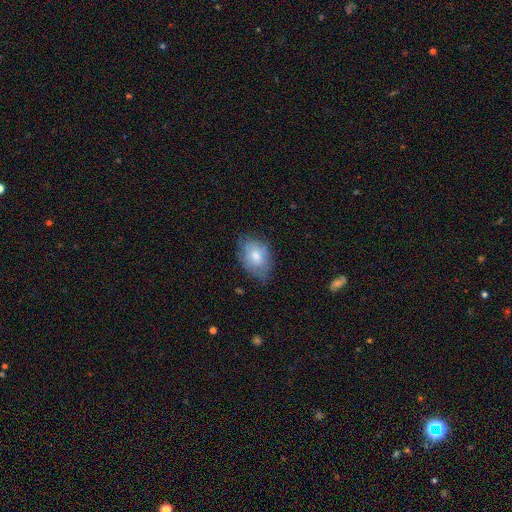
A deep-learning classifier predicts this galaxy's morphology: type=smooth (72%); roundness=in between (81%); merging=none (62%).